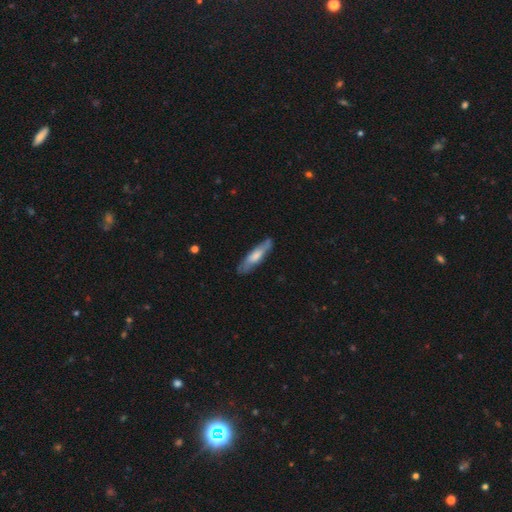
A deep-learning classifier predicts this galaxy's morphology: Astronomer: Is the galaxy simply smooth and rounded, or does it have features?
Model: smooth — 59% (runner-up: featured or disk, 36%).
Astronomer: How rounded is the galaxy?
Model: cigar-shaped — 79%.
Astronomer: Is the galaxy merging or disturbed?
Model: none — 78%.